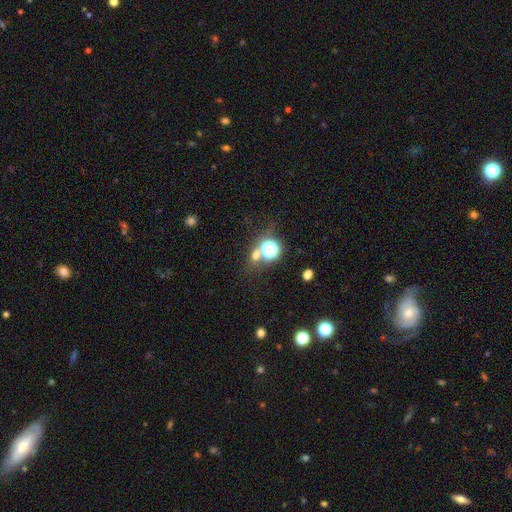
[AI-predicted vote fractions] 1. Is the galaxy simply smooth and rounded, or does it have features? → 49% smooth, 42% star or artifact, 9% featured or disk.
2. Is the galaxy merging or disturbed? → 63% none, 22% merger, 9% minor disturbance, 6% major disturbance.